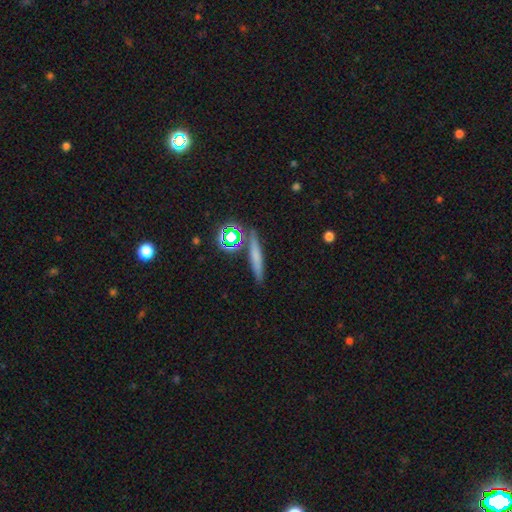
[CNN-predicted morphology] type=smooth (62%); roundness=cigar-shaped (84%); merging=none (84%).